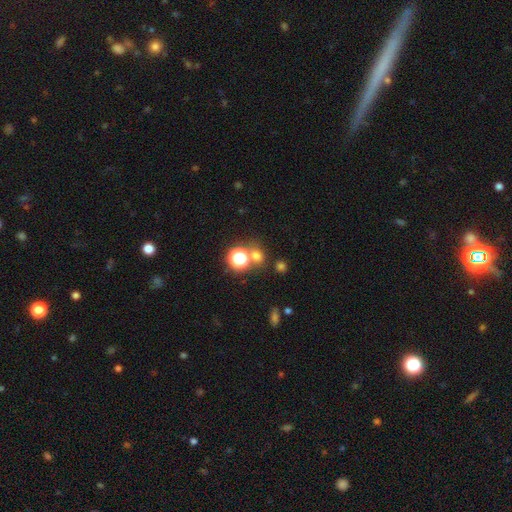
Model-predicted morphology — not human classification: Smooth or featured: smooth — 64% (star or artifact — 29%)
How rounded: round — 78% (in between — 21%)
Merging: none — 67% (merger — 20%)